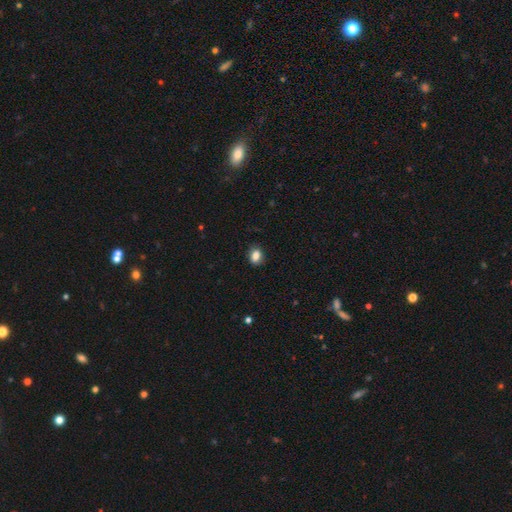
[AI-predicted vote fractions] smooth-or-featured: smooth: 84% | star or artifact: 9% | featured or disk: 7%
  how-rounded: in between: 58% | round: 41% | cigar-shaped: 1%
  merging: none: 86% | minor disturbance: 11% | major disturbance: 2% | merger: 1%